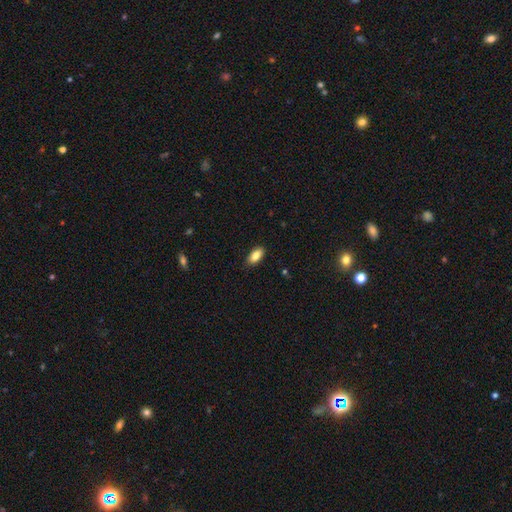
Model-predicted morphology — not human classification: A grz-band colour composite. It shows a smooth galaxy with no disk features (87%) that is in between round and cigar-shaped (90%). Merging: none (86%).